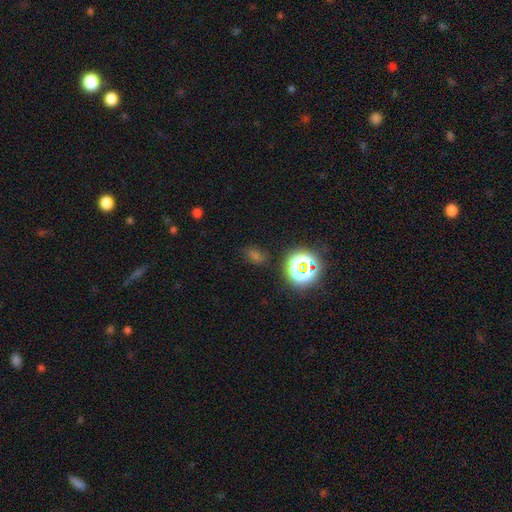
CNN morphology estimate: Smooth or featured? Predicted: star or artifact (p=0.48).